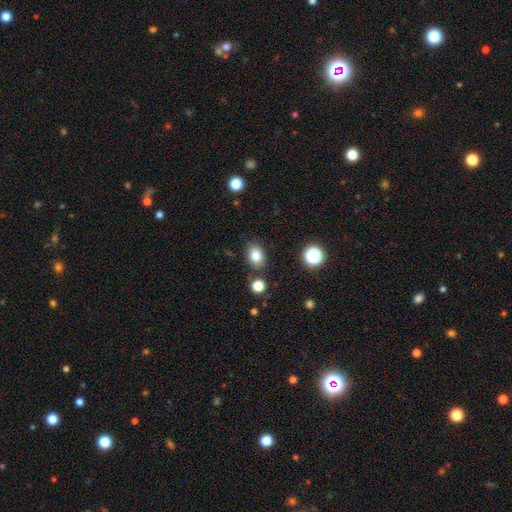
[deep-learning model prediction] This is clearly a smooth galaxy (81%). How rounded: likely in between (65%). Merging: clearly none (83%).